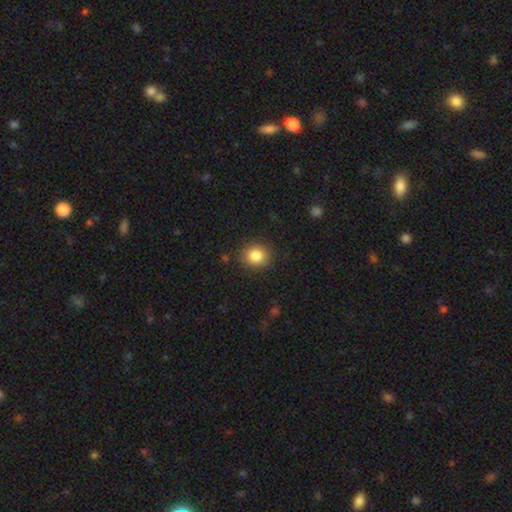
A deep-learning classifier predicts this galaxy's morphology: A smooth galaxy with no disk features (85%) that is round (81%). Merging: none (88%).